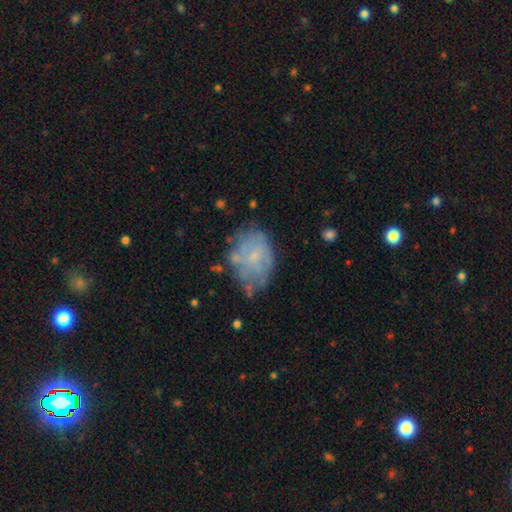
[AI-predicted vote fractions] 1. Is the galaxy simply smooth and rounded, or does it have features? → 49% featured or disk, 42% smooth, 9% star or artifact.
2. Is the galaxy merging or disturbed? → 47% none, 30% minor disturbance, 17% major disturbance, 5% merger.